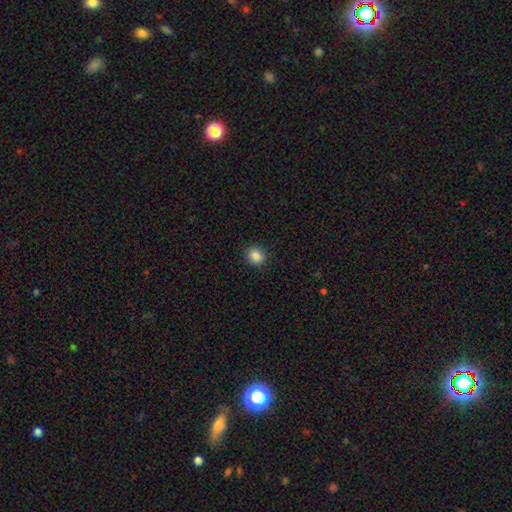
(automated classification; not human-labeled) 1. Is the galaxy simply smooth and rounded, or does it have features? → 86% smooth, 10% star or artifact, 3% featured or disk.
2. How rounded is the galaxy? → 81% round, 18% in between, 1% cigar-shaped.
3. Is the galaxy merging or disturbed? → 91% none, 6% minor disturbance, 2% major disturbance, 1% merger.